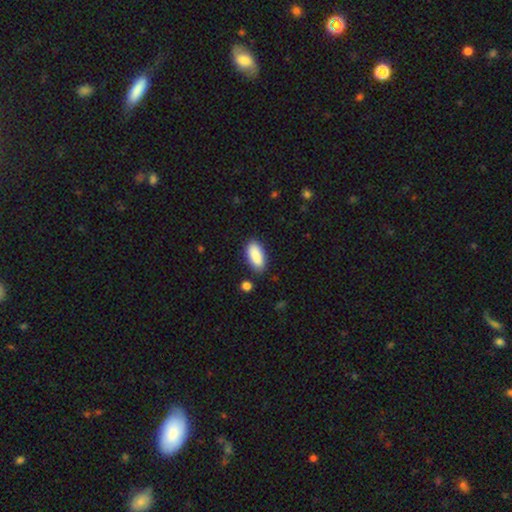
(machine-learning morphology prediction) Overall: smooth (90%). How rounded: in between (86%). Merging: none (83%).